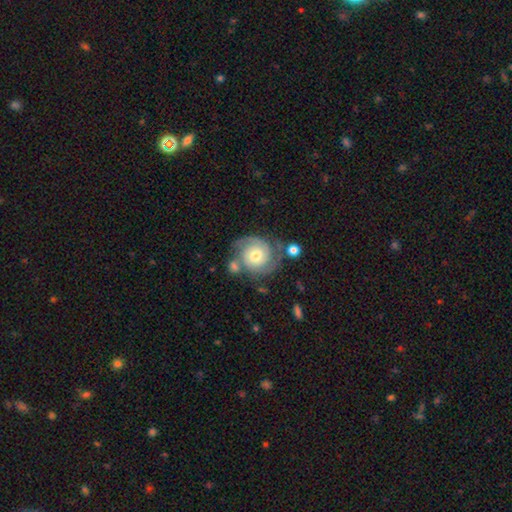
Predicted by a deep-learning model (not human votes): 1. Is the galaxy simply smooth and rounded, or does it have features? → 78% featured or disk, 16% smooth, 6% star or artifact.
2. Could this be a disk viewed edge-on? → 98% no, 2% yes.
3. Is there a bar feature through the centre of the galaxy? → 71% no, 25% weak, 5% strong.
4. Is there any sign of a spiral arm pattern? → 95% yes, 5% no.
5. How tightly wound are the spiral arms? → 61% tight, 31% medium, 8% loose.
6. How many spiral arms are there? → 76% 2, 10% can't tell, 7% 3, 3% 1, 2% 4, 2% more than 4.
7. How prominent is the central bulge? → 68% moderate, 22% small, 7% large, 1% none, 1% dominant.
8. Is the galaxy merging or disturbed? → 62% none, 17% minor disturbance, 13% merger, 8% major disturbance.